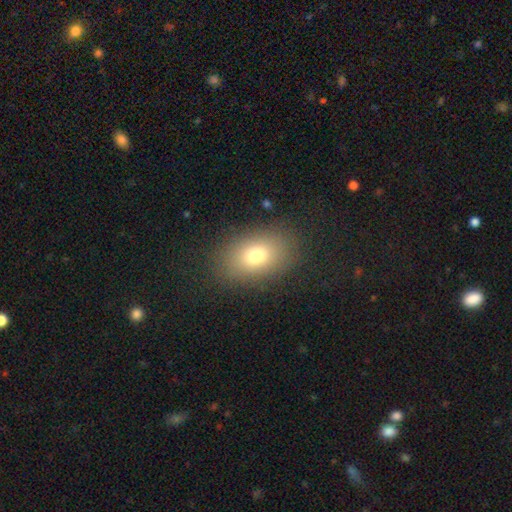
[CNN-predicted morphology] Overall: smooth (75%). How rounded: in between (81%). Merging: none (85%).